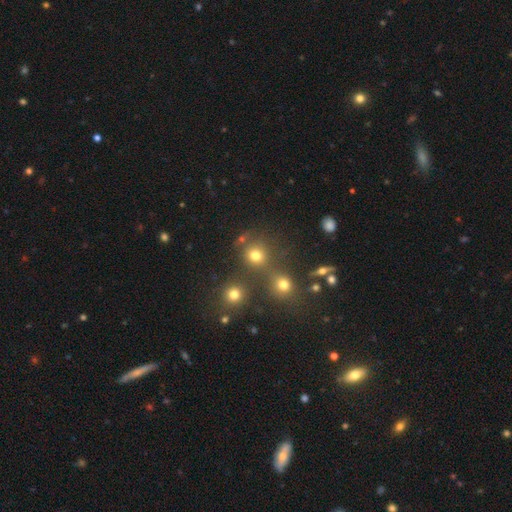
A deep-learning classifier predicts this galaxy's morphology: Smooth or featured: smooth — 74% (star or artifact — 18%)
How rounded: round — 90% (in between — 9%)
Merging: none — 66% (merger — 21%)